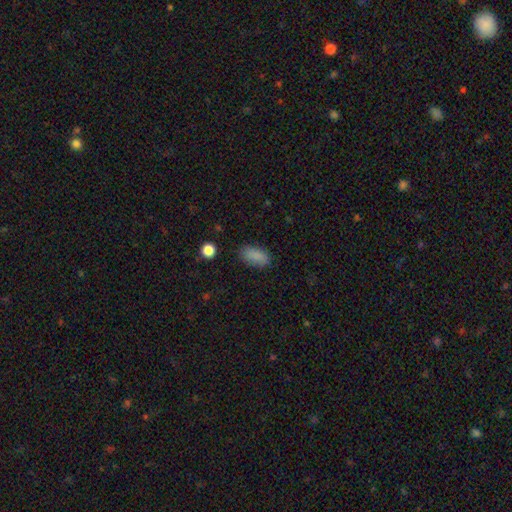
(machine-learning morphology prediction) Q: Smooth or featured?
A: smooth (86%); runner-up: star or artifact (10%)
Q: How rounded?
A: in between (91%); runner-up: cigar-shaped (5%)
Q: Merging?
A: none (81%); runner-up: minor disturbance (14%)